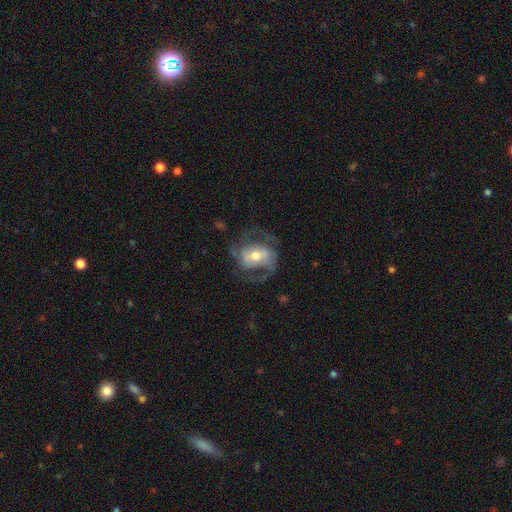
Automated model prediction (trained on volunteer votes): Smooth or featured? Predicted: featured or disk (p=0.76). Edge-on disk? Predicted: no (p=0.96). Bar? Predicted: weak (p=0.40). Spiral arms? Predicted: yes (p=0.87). Spiral winding? Predicted: medium (p=0.51). Spiral arm count? Predicted: 2 (p=0.83). Bulge size? Predicted: moderate (p=0.65). Merging? Predicted: none (p=0.61).